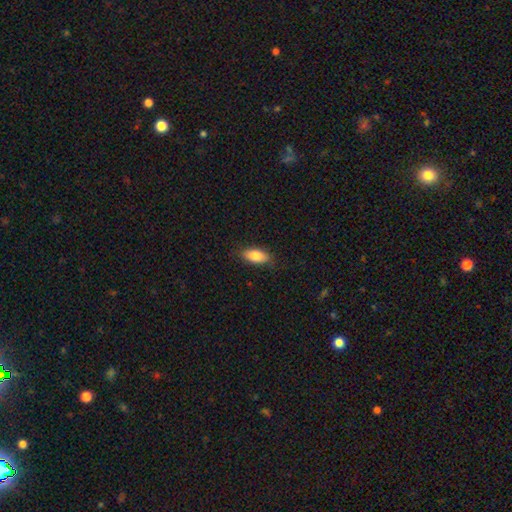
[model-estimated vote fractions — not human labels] Smooth or featured?
  - smooth: 83% *
  - featured or disk: 10%
  - star or artifact: 7%
How rounded?
  - in between: 87% *
  - cigar-shaped: 10%
  - round: 3%
Merging?
  - none: 85% *
  - minor disturbance: 12%
  - major disturbance: 2%
  - merger: 1%